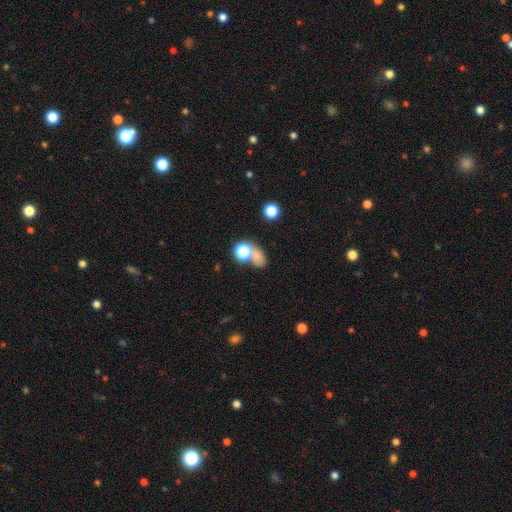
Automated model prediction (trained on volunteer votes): This is likely a smooth galaxy (63%). How rounded: possibly in between (59%). Merging: marginally none (41%).